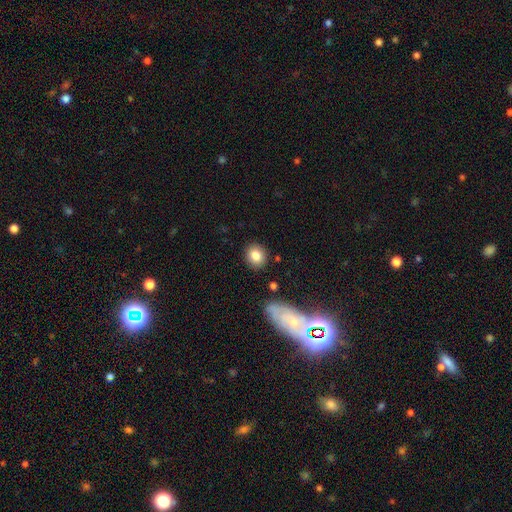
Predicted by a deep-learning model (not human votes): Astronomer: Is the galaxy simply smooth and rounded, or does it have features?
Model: smooth — 83%.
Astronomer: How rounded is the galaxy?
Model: round — 75%.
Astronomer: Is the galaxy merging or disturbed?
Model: none — 87%.